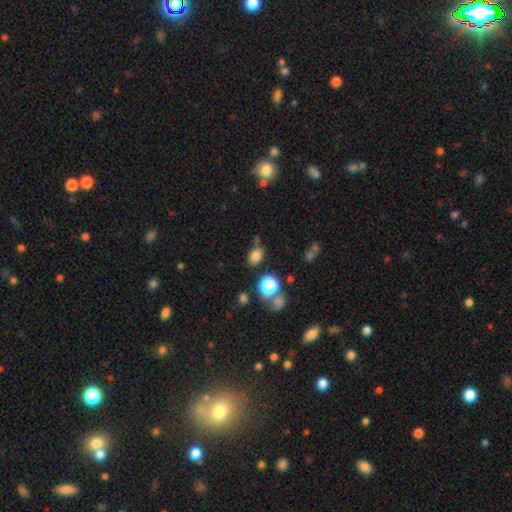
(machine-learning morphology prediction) smooth 78%, star or artifact 16%, featured or disk 7%. Down the decision tree: how rounded — in between (64%); merging — none (67%).